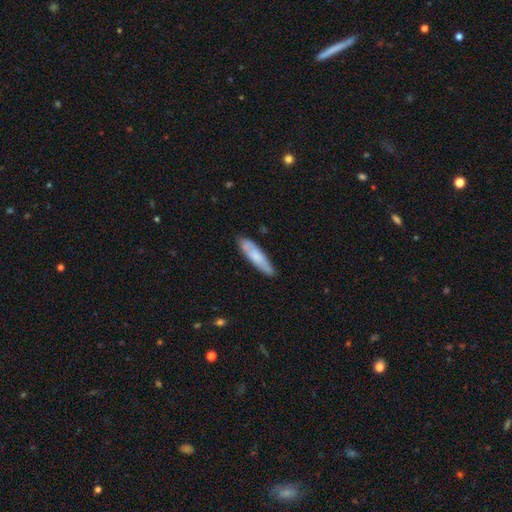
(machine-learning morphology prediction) Q: Smooth or featured?
A: smooth (69%); runner-up: featured or disk (26%)
Q: How rounded?
A: cigar-shaped (76%); runner-up: in between (23%)
Q: Merging?
A: none (78%); runner-up: minor disturbance (18%)